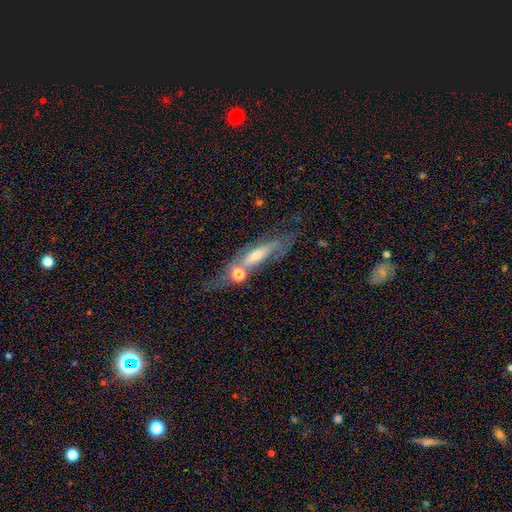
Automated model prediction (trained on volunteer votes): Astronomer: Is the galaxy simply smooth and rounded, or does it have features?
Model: featured or disk — 58%.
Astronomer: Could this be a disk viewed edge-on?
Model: yes — 51% (runner-up: no, 49%).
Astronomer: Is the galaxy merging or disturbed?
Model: none — 49%.